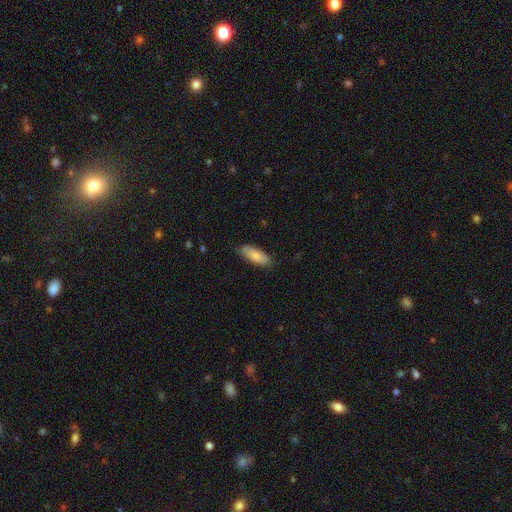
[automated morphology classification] type=smooth (83%); roundness=in between (74%); merging=none (78%).